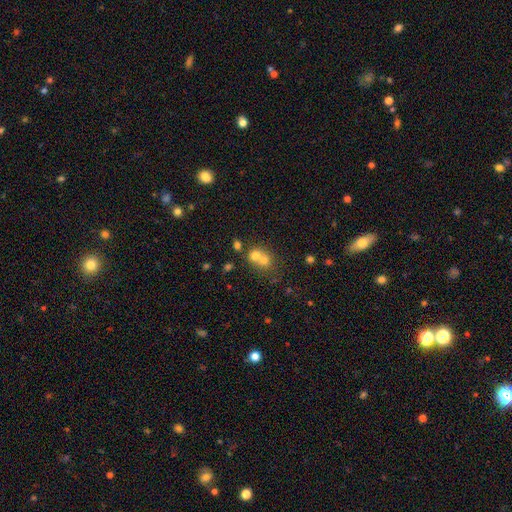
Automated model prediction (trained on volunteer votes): Smooth or featured: smooth — 67% (featured or disk — 19%)
How rounded: round — 72% (in between — 27%)
Merging: merger — 65% (none — 27%)